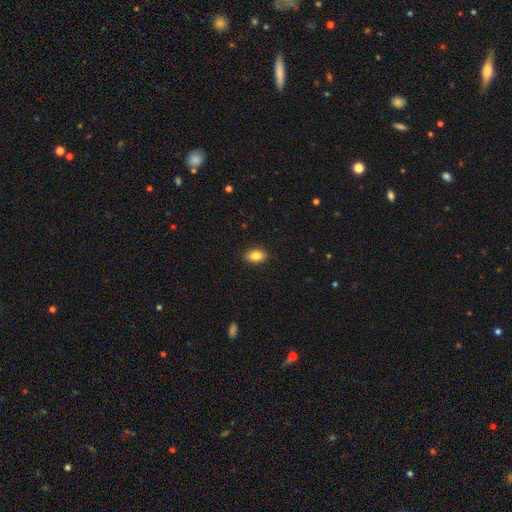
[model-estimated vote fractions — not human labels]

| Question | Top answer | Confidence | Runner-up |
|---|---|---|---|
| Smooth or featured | smooth | 84% | featured or disk (8%) |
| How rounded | in between | 87% | round (11%) |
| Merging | none | 89% | minor disturbance (9%) |